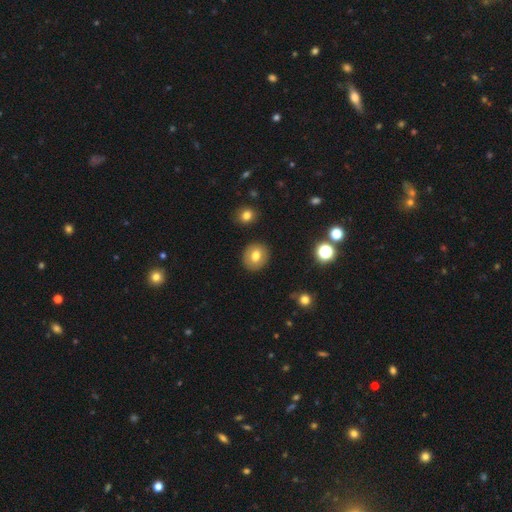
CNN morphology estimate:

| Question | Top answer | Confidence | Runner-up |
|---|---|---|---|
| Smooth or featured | smooth | 74% | featured or disk (16%) |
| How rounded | round | 77% | in between (22%) |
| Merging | none | 89% | minor disturbance (7%) |